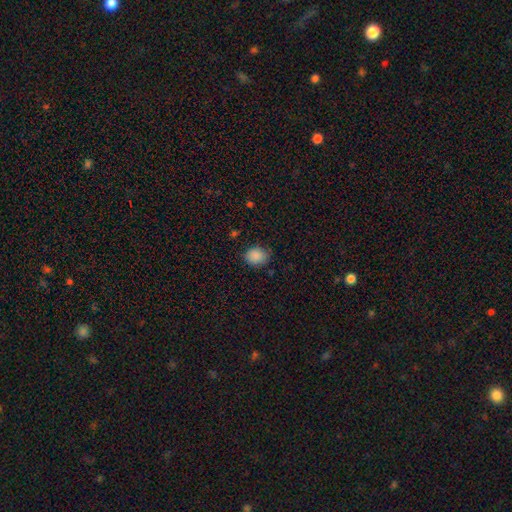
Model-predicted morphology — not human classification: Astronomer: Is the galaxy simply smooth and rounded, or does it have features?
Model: smooth — 88%.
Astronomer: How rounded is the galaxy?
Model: round — 57% (runner-up: in between, 42%).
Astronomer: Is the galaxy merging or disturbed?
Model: none — 78%.